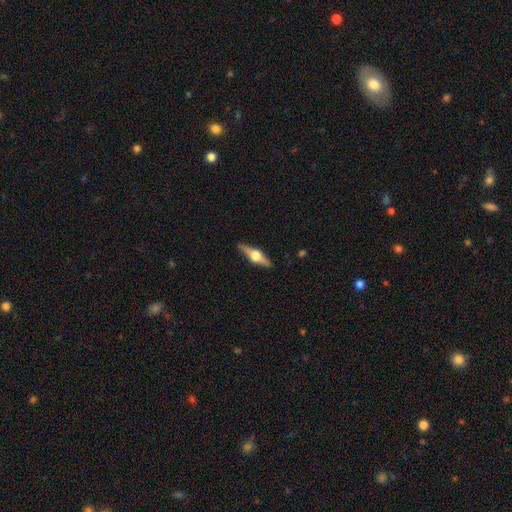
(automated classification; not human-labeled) Q: Smooth or featured?
A: featured or disk (77%); runner-up: smooth (17%)
Q: Edge-on disk?
A: yes (97%); runner-up: no (3%)
Q: Edge-on bulge?
A: rounded (96%); runner-up: boxy (3%)
Q: Merging?
A: none (90%); runner-up: minor disturbance (7%)